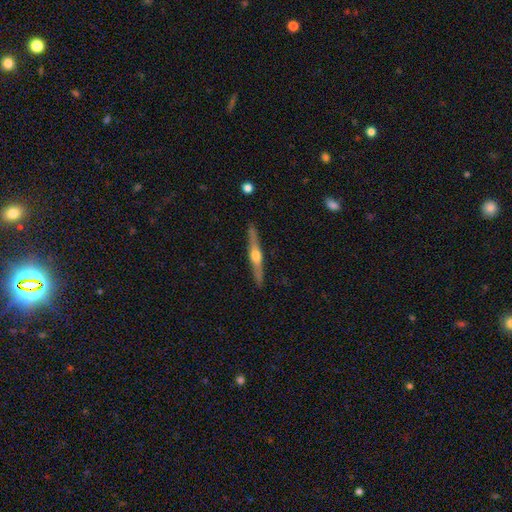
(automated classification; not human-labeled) Morphology: type=featured or disk (71%); edge-on=yes (97%); edge-on bulge=rounded (92%); merging=none (90%).